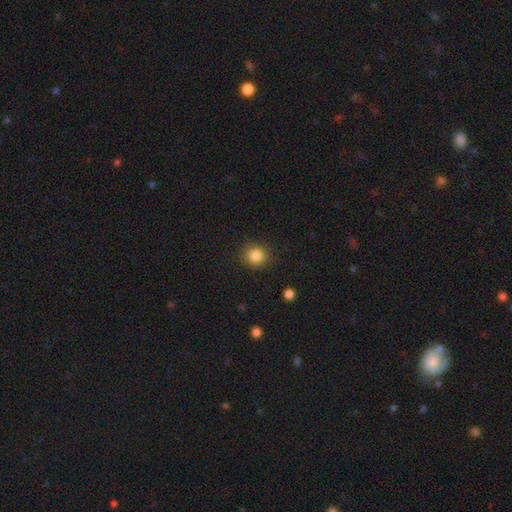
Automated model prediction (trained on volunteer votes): Smooth or featured? smooth (85%)
How rounded? round (88%)
Merging? none (88%)